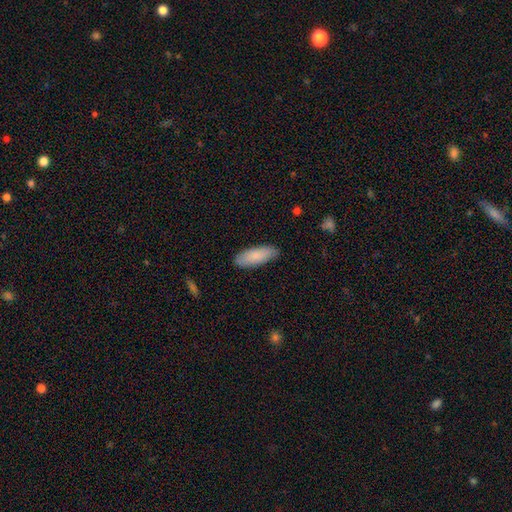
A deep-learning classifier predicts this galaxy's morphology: A smooth galaxy with no disk features (85%) that is in between round and cigar-shaped (68%).

Vote fractions:
- Smooth or featured? smooth: 85% / featured or disk: 9% / star or artifact: 5%
- How rounded? in between: 68% / cigar-shaped: 30% / round: 1%
- Merging? none: 86% / minor disturbance: 11% / major disturbance: 2% / merger: 1%